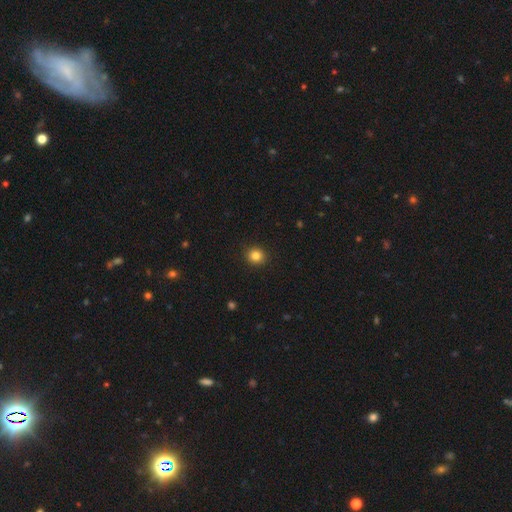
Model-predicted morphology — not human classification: Smooth or featured? Predicted: smooth (p=0.84). How rounded? Predicted: round (p=0.87). Merging? Predicted: none (p=0.92).